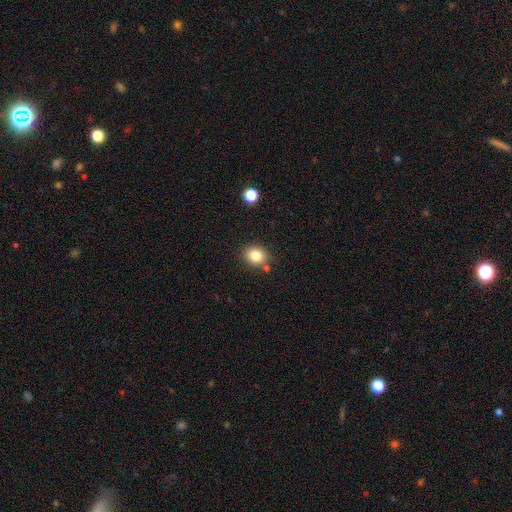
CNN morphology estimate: This appears to be a smooth galaxy with no disk features (83%) that is round (63%). Merging: none (80%).